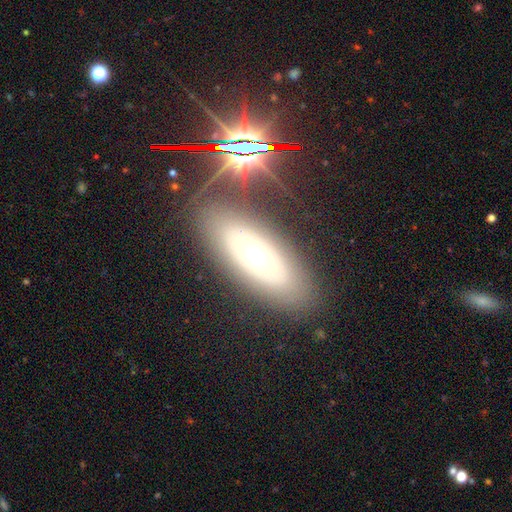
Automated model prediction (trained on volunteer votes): Morphology: type=featured or disk (44%); merging=none (82%).